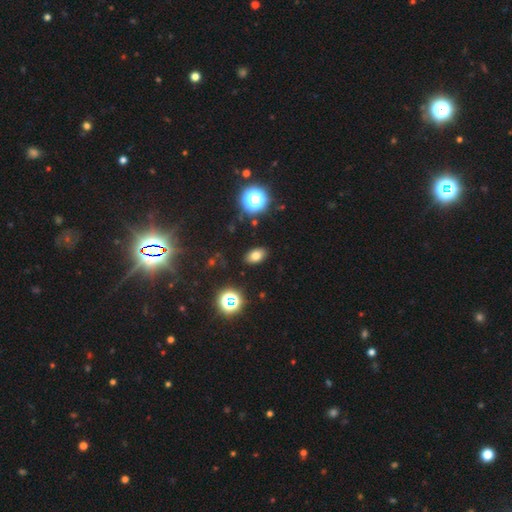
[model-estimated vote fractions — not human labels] Smooth or featured? smooth (74%)
How rounded? in between (85%)
Merging? none (87%)